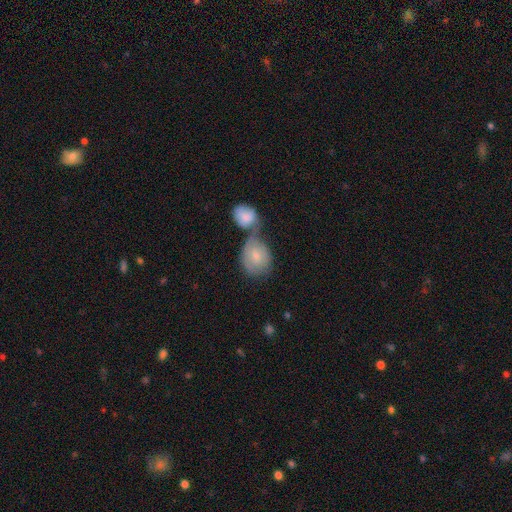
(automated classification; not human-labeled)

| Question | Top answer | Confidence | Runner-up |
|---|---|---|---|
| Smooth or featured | smooth | 73% | featured or disk (21%) |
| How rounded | round | 62% | in between (37%) |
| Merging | merger | 57% | none (26%) |